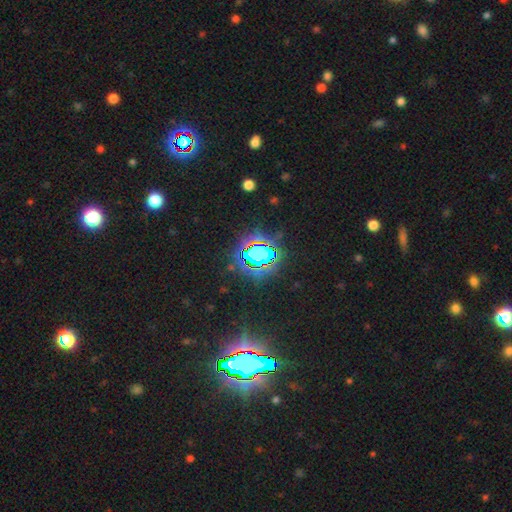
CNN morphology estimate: This appears to be a star or artifact, not a galaxy (74%).